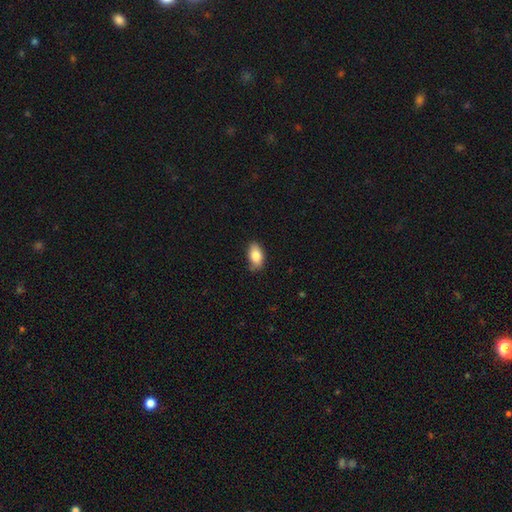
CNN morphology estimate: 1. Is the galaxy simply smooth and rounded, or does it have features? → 84% smooth, 9% featured or disk, 7% star or artifact.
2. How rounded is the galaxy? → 91% in between, 6% round, 2% cigar-shaped.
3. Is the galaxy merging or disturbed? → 76% none, 20% minor disturbance, 3% major disturbance, 1% merger.